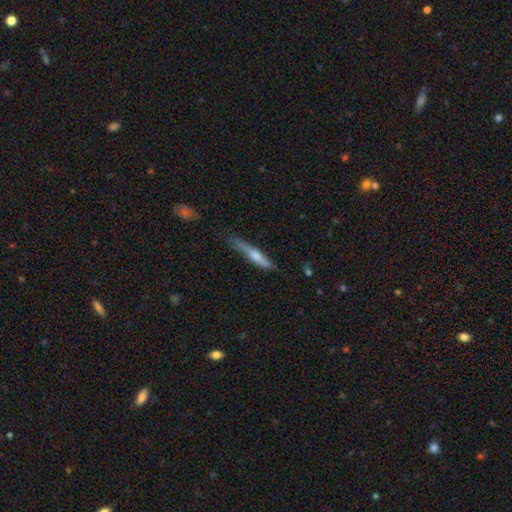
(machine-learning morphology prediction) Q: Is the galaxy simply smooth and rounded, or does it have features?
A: smooth — 47%, tied with featured or disk.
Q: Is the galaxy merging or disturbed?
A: none — 69%.